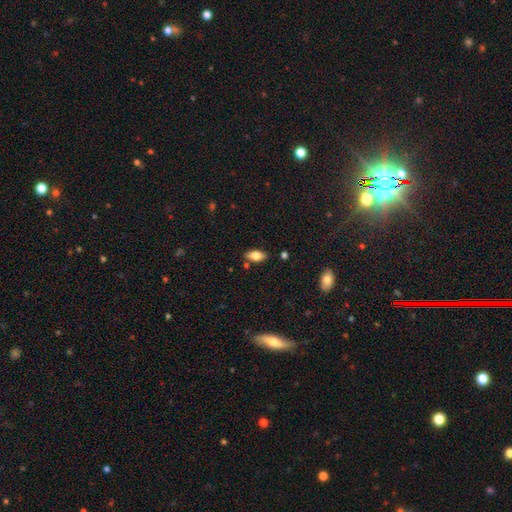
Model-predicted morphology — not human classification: smooth_or_featured: smooth (p=0.74) [alt: featured or disk p=0.19]
how_rounded: in between (p=0.87) [alt: cigar-shaped p=0.10]
merging: none (p=0.82) [alt: minor disturbance p=0.12]